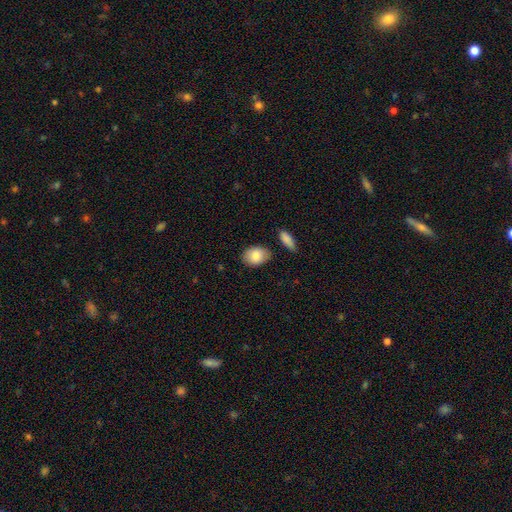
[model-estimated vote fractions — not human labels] A smooth galaxy with no disk features (85%) that is in between round and cigar-shaped (79%).

Vote fractions:
- Smooth or featured? smooth: 85% / featured or disk: 9% / star or artifact: 6%
- How rounded? in between: 79% / round: 19% / cigar-shaped: 1%
- Merging? none: 81% / minor disturbance: 12% / merger: 4% / major disturbance: 3%